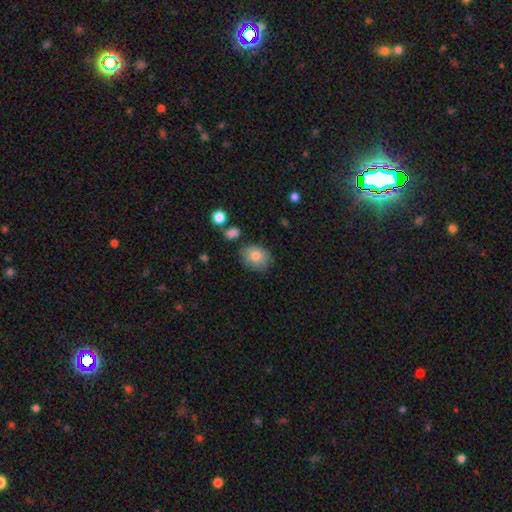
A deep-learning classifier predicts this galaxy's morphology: smooth 82%, featured or disk 10%, star or artifact 8%. Down the decision tree: how rounded — in between (58%); merging — none (74%).